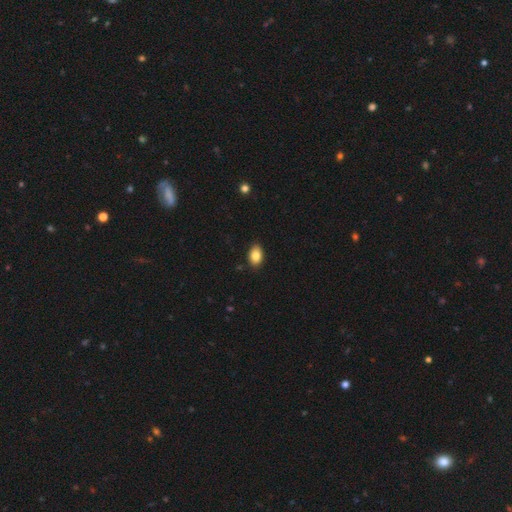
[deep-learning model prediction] Q: Smooth or featured?
A: smooth (84%); runner-up: star or artifact (8%)
Q: How rounded?
A: in between (86%); runner-up: round (12%)
Q: Merging?
A: none (88%); runner-up: minor disturbance (9%)